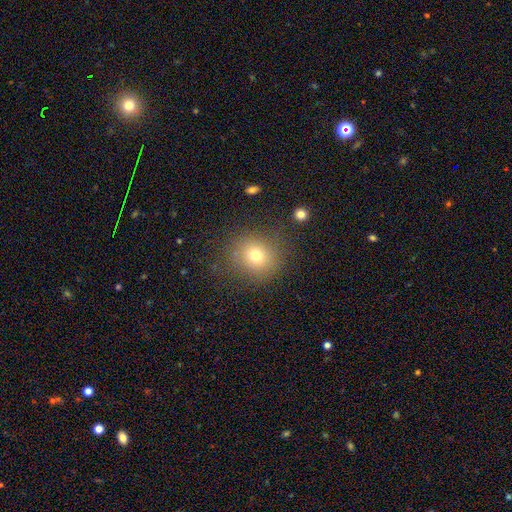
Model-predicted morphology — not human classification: Smooth or featured? Predicted: smooth (p=0.72). How rounded? Predicted: round (p=0.84). Merging? Predicted: none (p=0.80).